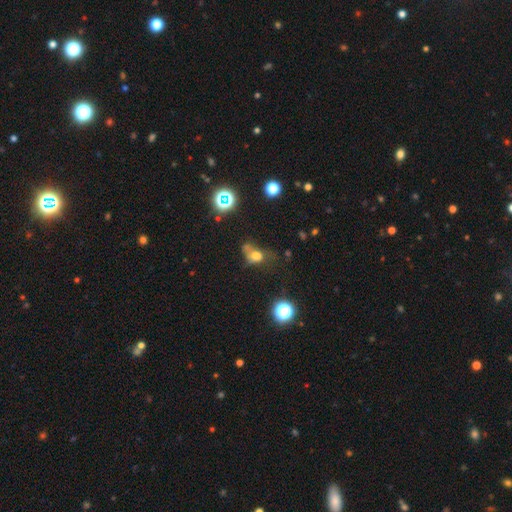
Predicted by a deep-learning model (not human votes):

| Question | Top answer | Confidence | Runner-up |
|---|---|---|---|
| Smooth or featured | smooth | 60% | star or artifact (21%) |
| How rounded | in between | 54% | round (44%) |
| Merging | none | 31% | major disturbance (30%) |